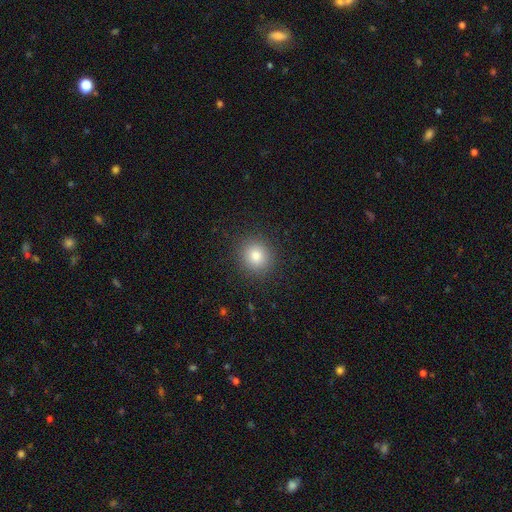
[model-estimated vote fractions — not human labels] Smooth or featured? Predicted: smooth (p=0.82). How rounded? Predicted: round (p=0.88). Merging? Predicted: none (p=0.91).